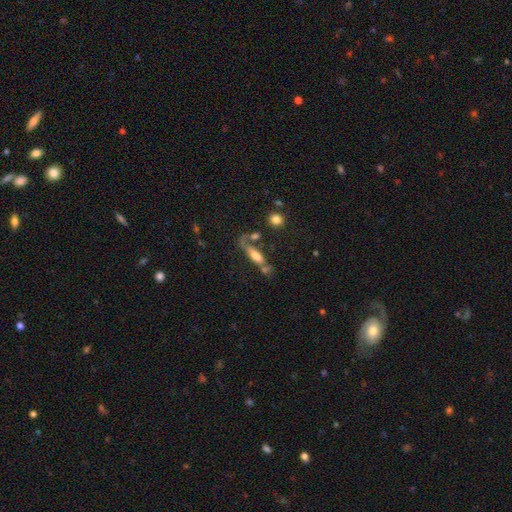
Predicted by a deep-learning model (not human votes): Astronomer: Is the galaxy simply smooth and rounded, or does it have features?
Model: smooth — 53% (runner-up: featured or disk, 37%).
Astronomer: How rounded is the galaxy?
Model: cigar-shaped — 53% (runner-up: in between, 44%).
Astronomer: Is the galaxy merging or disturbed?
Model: none — 36% (runner-up: merger, 24%).